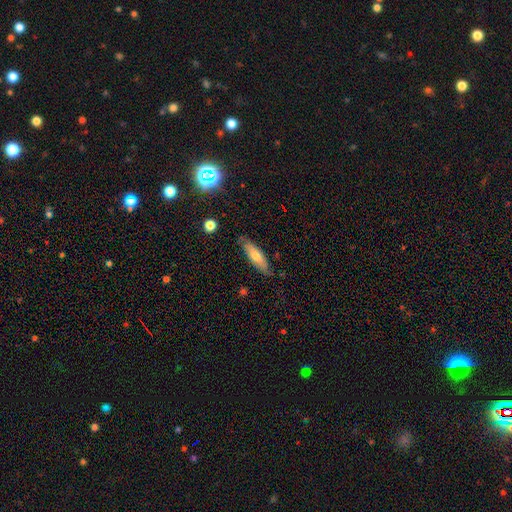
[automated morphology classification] Smooth or featured?
  - smooth: 59% *
  - featured or disk: 34%
  - star or artifact: 7%
How rounded?
  - cigar-shaped: 54% *
  - in between: 44%
  - round: 2%
Merging?
  - none: 77% *
  - minor disturbance: 18%
  - major disturbance: 3%
  - merger: 2%